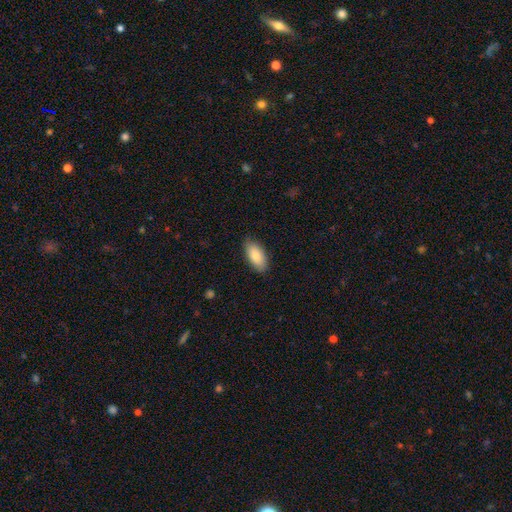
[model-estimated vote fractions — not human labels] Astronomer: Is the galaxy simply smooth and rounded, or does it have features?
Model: smooth — 86%.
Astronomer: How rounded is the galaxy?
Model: in between — 91%.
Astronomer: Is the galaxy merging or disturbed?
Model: none — 87%.